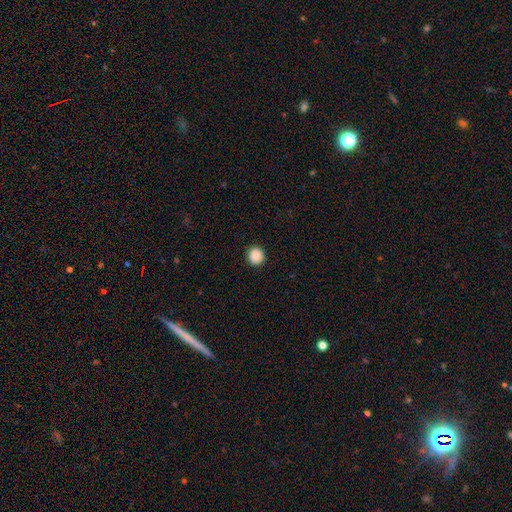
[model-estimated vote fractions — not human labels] This appears to be a smooth galaxy with no disk features (89%) that is round (92%). Merging: none (93%).